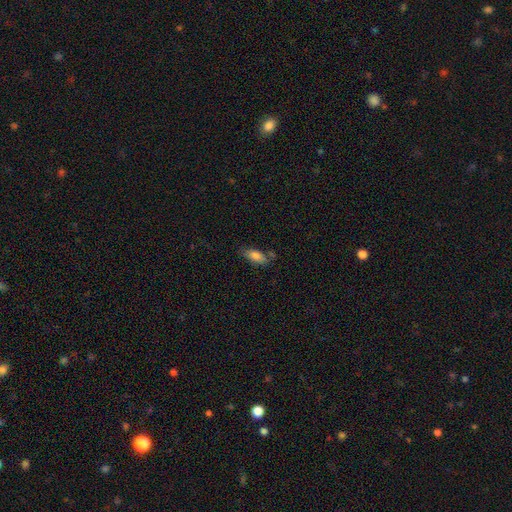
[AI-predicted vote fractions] This is clearly a smooth galaxy (80%). How rounded: likely in between (79%). Merging: likely none (63%).